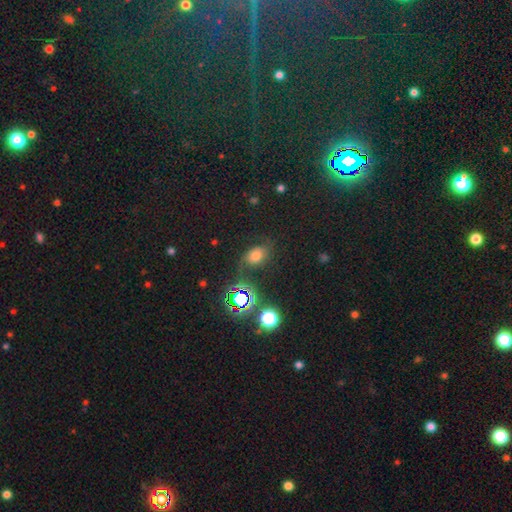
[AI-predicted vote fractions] Q: Smooth or featured?
A: smooth (53%); runner-up: star or artifact (27%)
Q: How rounded?
A: in between (71%); runner-up: round (27%)
Q: Merging?
A: none (65%); runner-up: minor disturbance (20%)